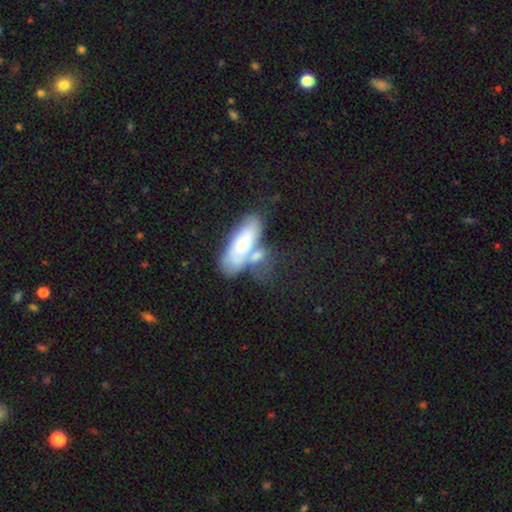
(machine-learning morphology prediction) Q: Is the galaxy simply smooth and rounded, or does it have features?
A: smooth — 54%.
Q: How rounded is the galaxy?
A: in between — 74%.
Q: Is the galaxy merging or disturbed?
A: merger — 50%.